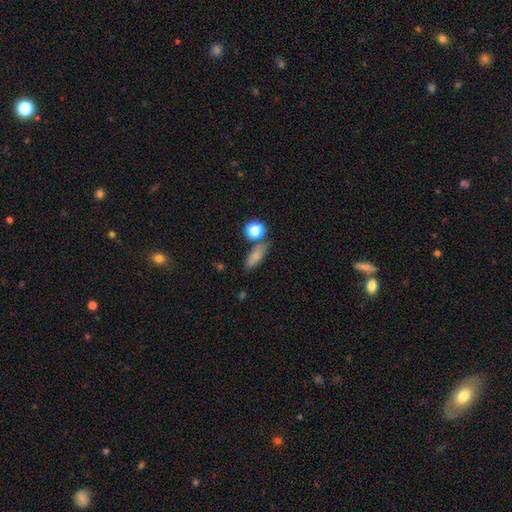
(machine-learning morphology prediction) Smooth or featured? smooth (77%)
How rounded? in between (61%)
Merging? none (67%)